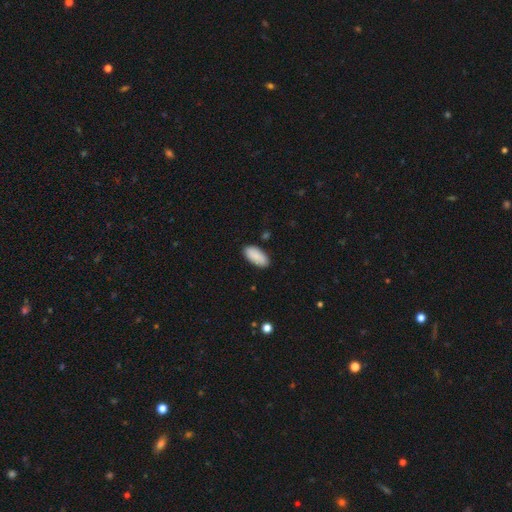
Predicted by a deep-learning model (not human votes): Smooth or featured? Predicted: smooth (p=0.89). How rounded? Predicted: in between (p=0.93). Merging? Predicted: none (p=0.87).